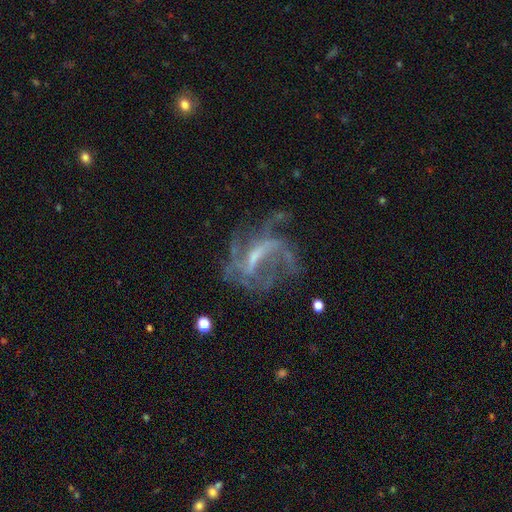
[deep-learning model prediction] Overall: featured or disk (79%). Edge-on disk: no (95%). Bar: weak (44%; strong 33%). Spiral arms: yes (75%). Spiral arm count: can't tell (34%; 2 24%). Spiral winding: loose (52%; medium 34%). Bulge size: small (43%; none 29%). Merging: none (43%; major disturbance 36%).